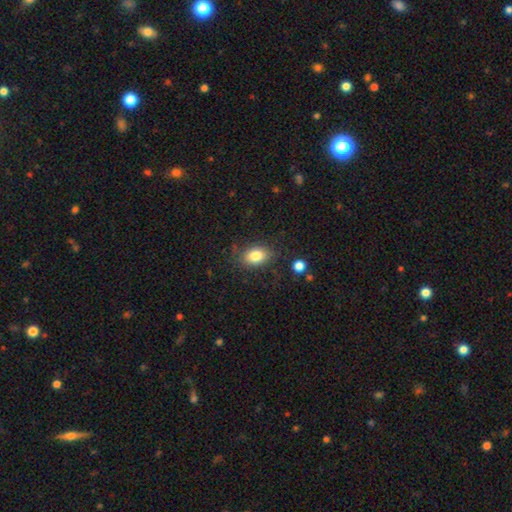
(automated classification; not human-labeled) This is clearly a smooth galaxy (82%). How rounded: likely in between (78%). Merging: likely none (79%).